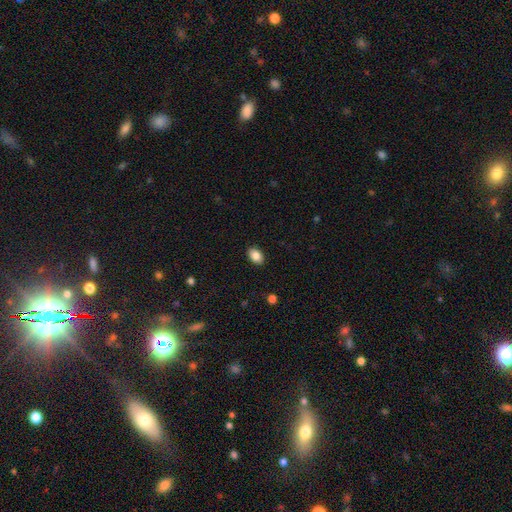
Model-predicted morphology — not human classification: Smooth or featured?
  - smooth: 86% *
  - star or artifact: 8%
  - featured or disk: 6%
How rounded?
  - in between: 86% *
  - round: 13%
  - cigar-shaped: 1%
Merging?
  - none: 89% *
  - minor disturbance: 8%
  - major disturbance: 2%
  - merger: 1%